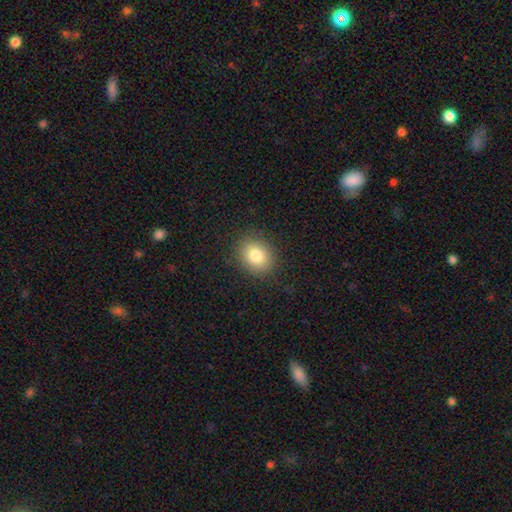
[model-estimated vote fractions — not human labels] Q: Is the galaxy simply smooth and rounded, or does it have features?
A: smooth — 82%.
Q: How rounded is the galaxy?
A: round — 62%.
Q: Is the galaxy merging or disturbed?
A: none — 87%.